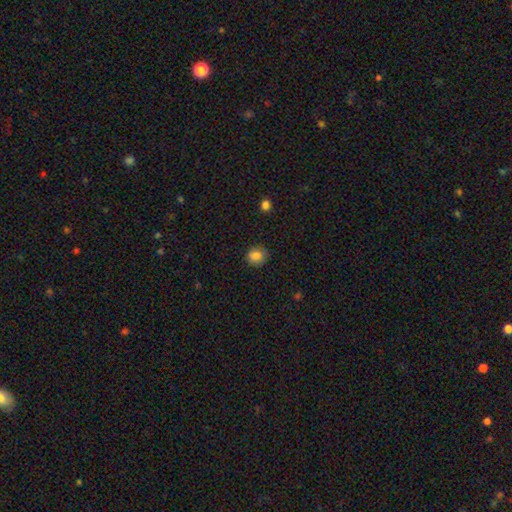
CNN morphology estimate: Smooth or featured? smooth (85%)
How rounded? round (83%)
Merging? none (88%)